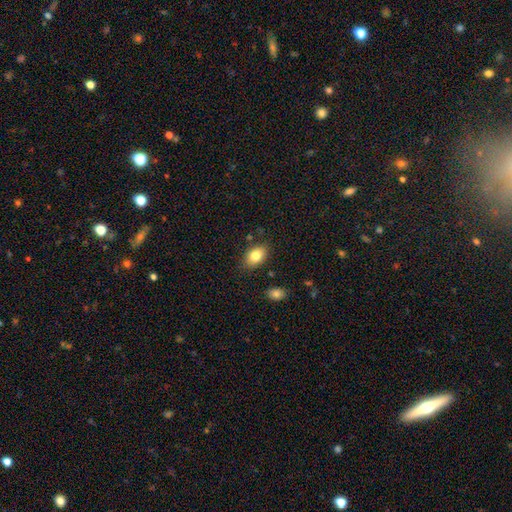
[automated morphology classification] smooth-or-featured: smooth: 82% | featured or disk: 10% | star or artifact: 8%
  how-rounded: in between: 86% | round: 13% | cigar-shaped: 1%
  merging: none: 82% | minor disturbance: 12% | major disturbance: 3% | merger: 3%